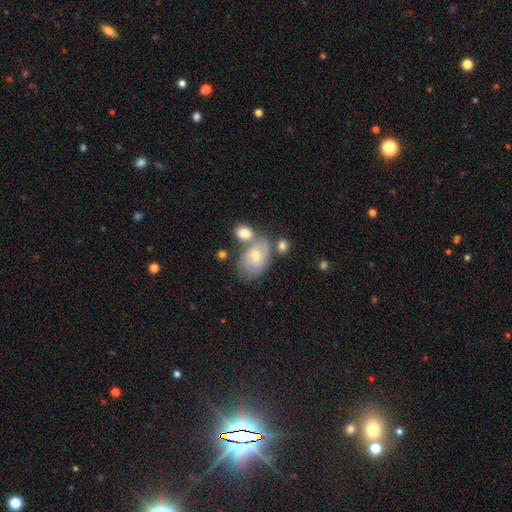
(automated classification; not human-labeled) smooth_or_featured: smooth (p=0.62) [alt: featured or disk p=0.31]
how_rounded: in between (p=0.80) [alt: round p=0.19]
merging: none (p=0.39) [alt: merger p=0.32]